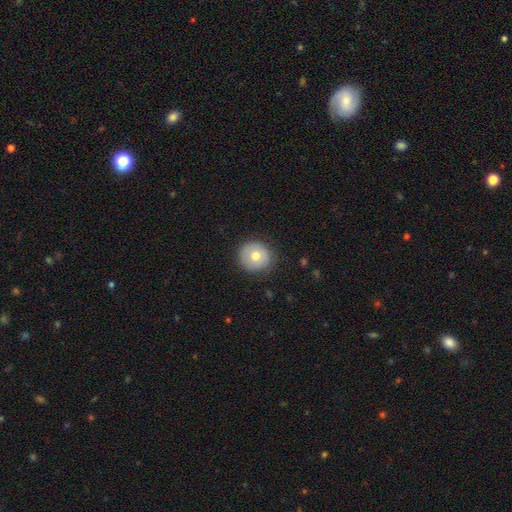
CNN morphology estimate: smooth 69%, featured or disk 21%, star or artifact 9%. Down the decision tree: how rounded — round (92%); merging — none (86%).